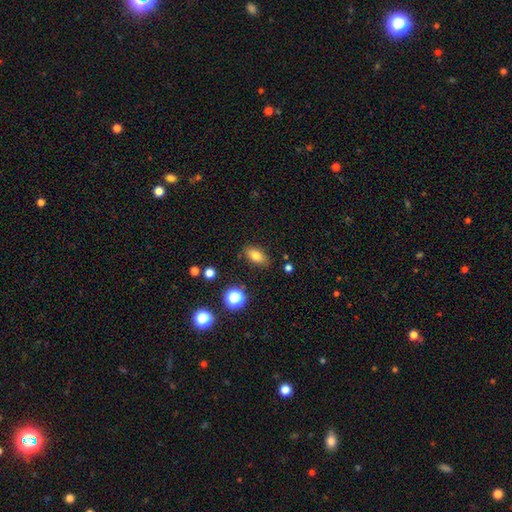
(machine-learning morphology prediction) Smooth or featured? smooth (77%)
How rounded? in between (84%)
Merging? none (84%)